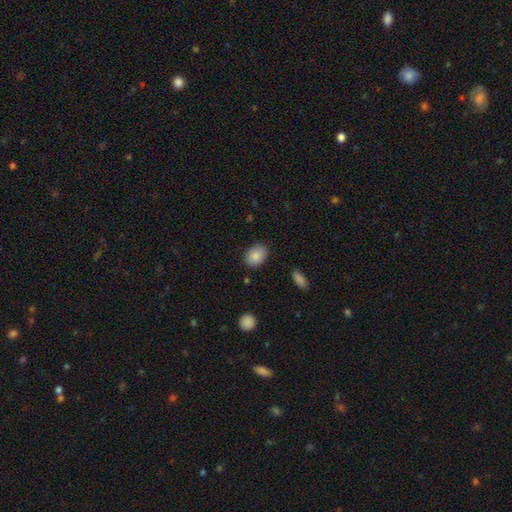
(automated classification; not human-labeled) smooth-or-featured: smooth: 86% | star or artifact: 7% | featured or disk: 7%
  how-rounded: in between: 72% | round: 27% | cigar-shaped: 1%
  merging: none: 86% | minor disturbance: 10% | major disturbance: 2% | merger: 1%